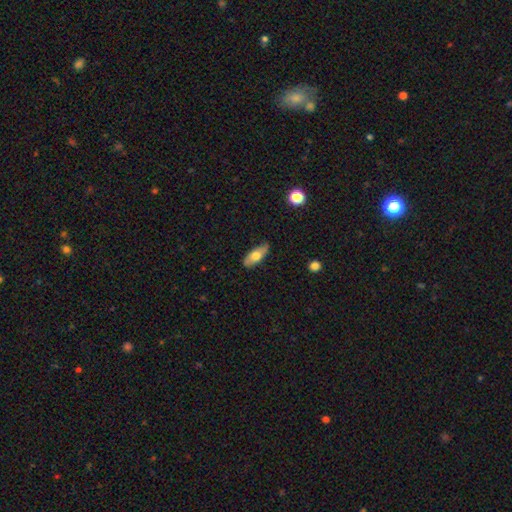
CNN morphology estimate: A smooth galaxy with no disk features (63%) that is in between round and cigar-shaped (75%). Merging: none (81%).